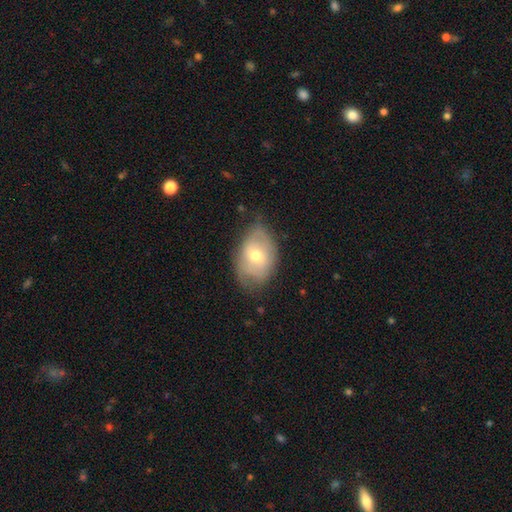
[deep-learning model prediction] smooth 54%, featured or disk 39%, star or artifact 8%. Down the decision tree: how rounded — in between (81%); merging — none (62%).